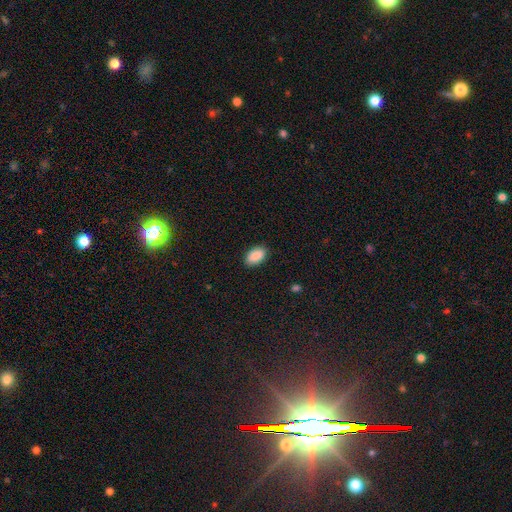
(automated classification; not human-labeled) The model was most divided on "merging": none: 88%, minor disturbance: 9%, major disturbance: 2%, merger: 1%. More confident: how rounded — in between (93%); smooth or featured — smooth (90%).